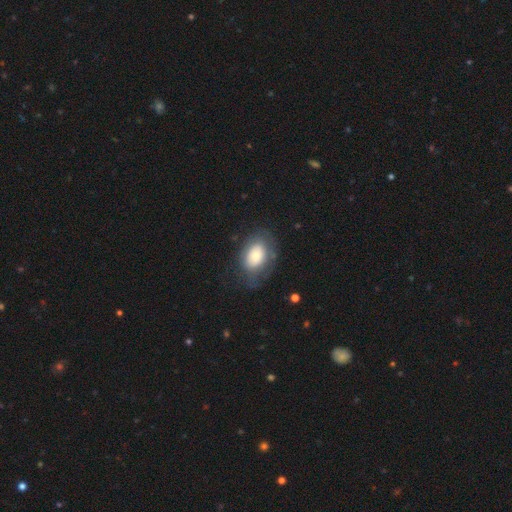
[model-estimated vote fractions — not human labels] Morphology: type=smooth (69%); roundness=in between (83%); merging=none (61%).